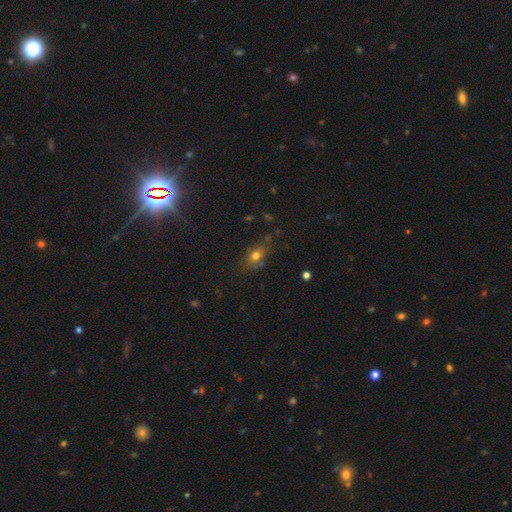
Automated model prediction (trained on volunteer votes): Smooth or featured? Predicted: smooth (p=0.69). How rounded? Predicted: in between (p=0.73). Merging? Predicted: none (p=0.69).